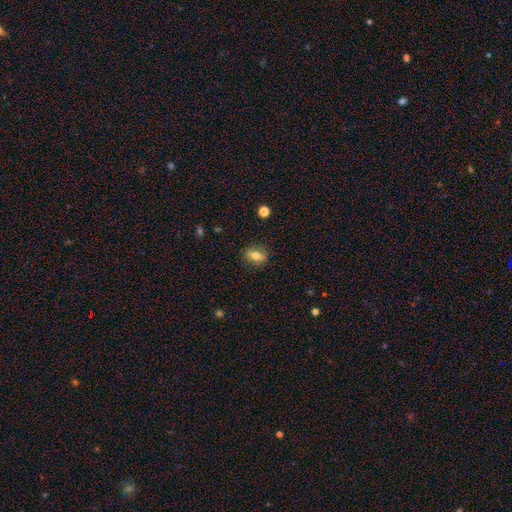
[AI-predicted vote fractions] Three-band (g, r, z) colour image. It shows a smooth galaxy with no disk features (70%) that is in between round and cigar-shaped (70%). Merging: none (83%).